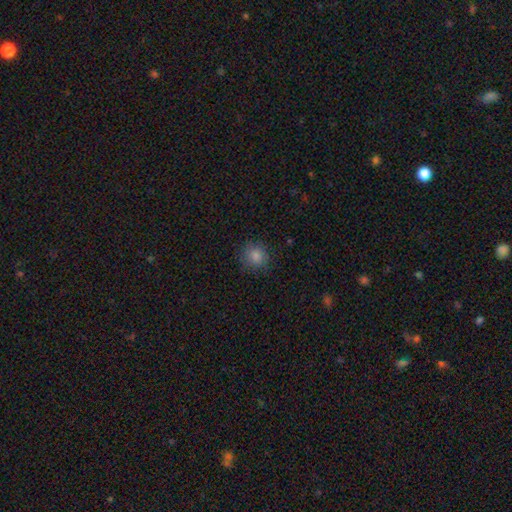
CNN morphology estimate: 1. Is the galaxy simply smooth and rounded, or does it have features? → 84% smooth, 11% star or artifact, 5% featured or disk.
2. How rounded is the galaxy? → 89% round, 10% in between, 1% cigar-shaped.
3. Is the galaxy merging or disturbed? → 85% none, 11% minor disturbance, 3% major disturbance, 1% merger.